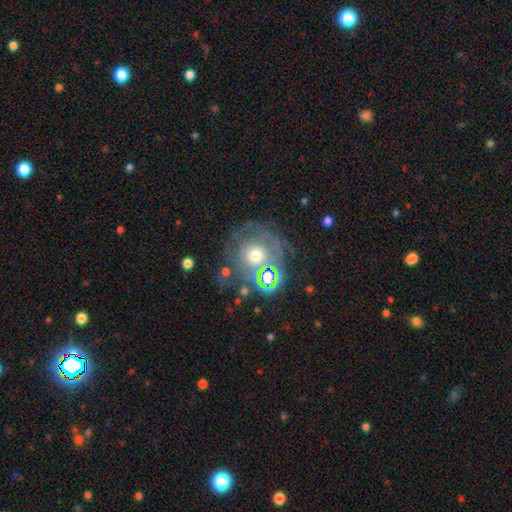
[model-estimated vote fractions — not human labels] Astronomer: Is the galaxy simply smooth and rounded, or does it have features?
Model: featured or disk — 43% (runner-up: smooth, 38%).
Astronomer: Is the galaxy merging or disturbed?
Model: none — 59%.